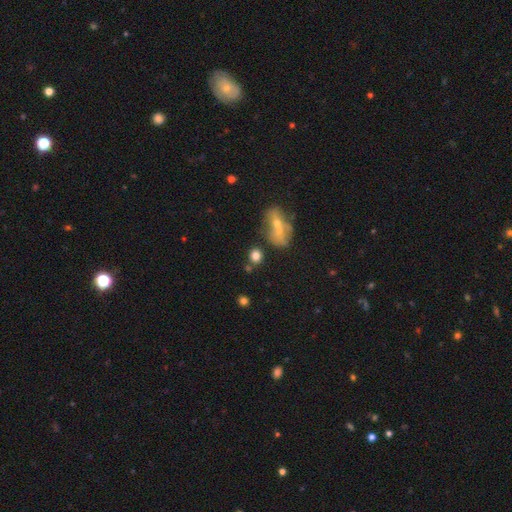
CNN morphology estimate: This is likely a smooth galaxy (77%). How rounded: likely round (72%). Merging: possibly none (59%).